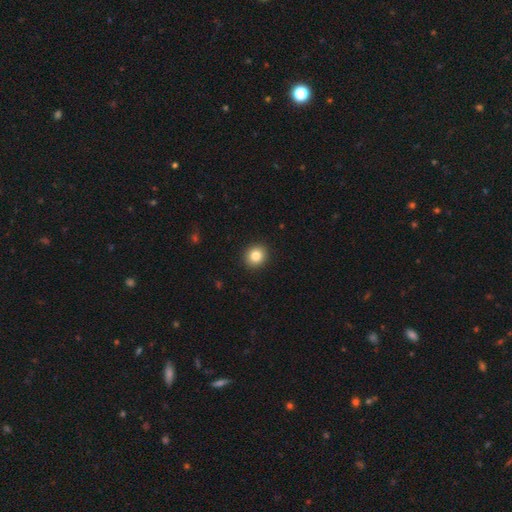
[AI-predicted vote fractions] Overall: smooth (84%). How rounded: round (86%). Merging: none (92%).